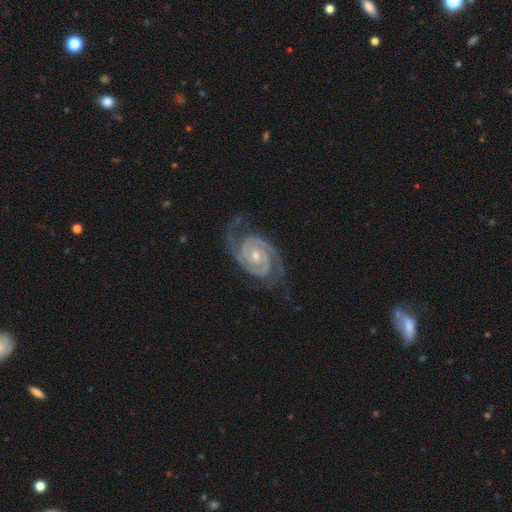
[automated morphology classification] Smooth or featured: featured or disk — 94% (star or artifact — 4%)
Edge-on disk: no — 98% (yes — 2%)
Bar: no — 62% (weak — 28%)
Spiral arms: yes — 99% (no — 1%)
Spiral winding: tight — 68% (medium — 29%)
Spiral arm count: 2 — 90% (3 — 4%)
Bulge size: small — 56% (moderate — 41%)
Merging: none — 77% (minor disturbance — 16%)